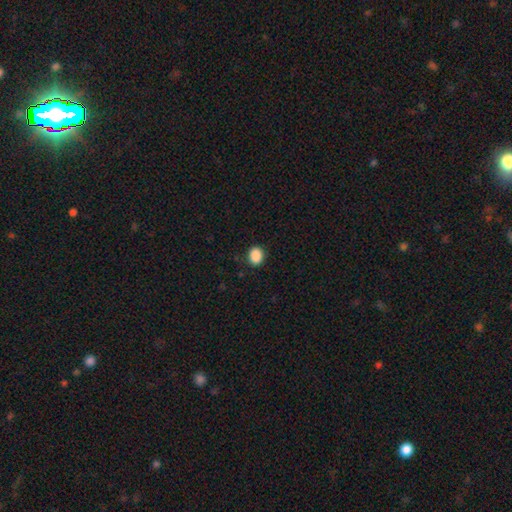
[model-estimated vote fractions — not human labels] This appears to be a smooth galaxy with no disk features (89%) that is round (50%). Merging: none (89%).